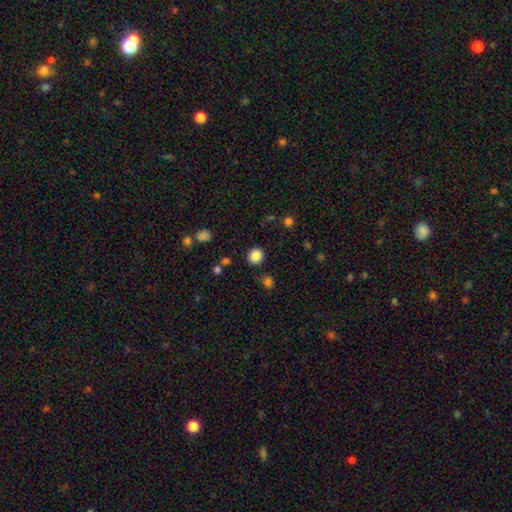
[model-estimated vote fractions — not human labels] This appears to be a smooth galaxy with no disk features (86%) that is round (86%). Merging: none (88%).